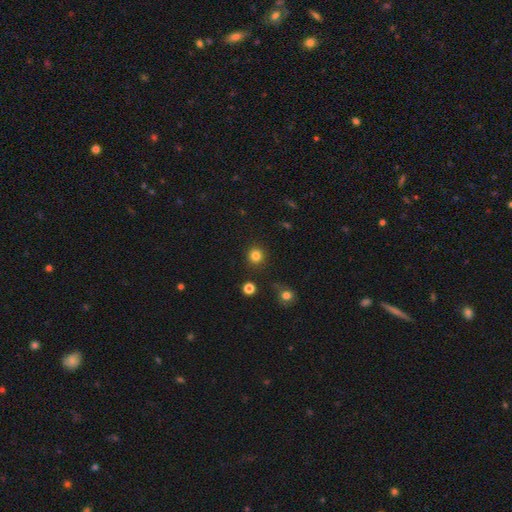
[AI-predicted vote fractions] A smooth galaxy with no disk features (82%) that is round (93%).

Vote fractions:
- Smooth or featured? smooth: 82% / star or artifact: 13% / featured or disk: 5%
- How rounded? round: 93% / in between: 7% / cigar-shaped: 1%
- Merging? none: 89% / minor disturbance: 6% / merger: 2% / major disturbance: 2%